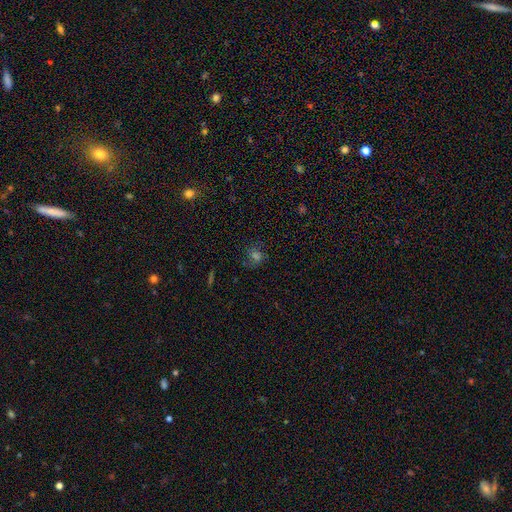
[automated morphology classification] This appears to be a smooth galaxy with no disk features (44%). Merging: none (69%).